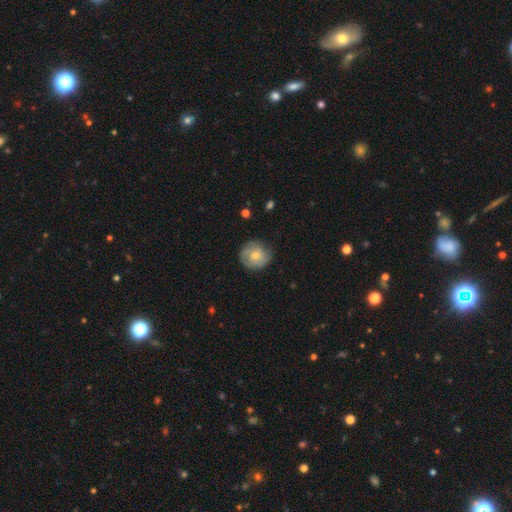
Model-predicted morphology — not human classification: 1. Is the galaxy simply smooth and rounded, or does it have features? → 57% smooth, 37% featured or disk, 7% star or artifact.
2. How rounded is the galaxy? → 87% round, 12% in between, 1% cigar-shaped.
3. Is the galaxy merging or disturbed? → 76% none, 18% minor disturbance, 5% major disturbance, 1% merger.